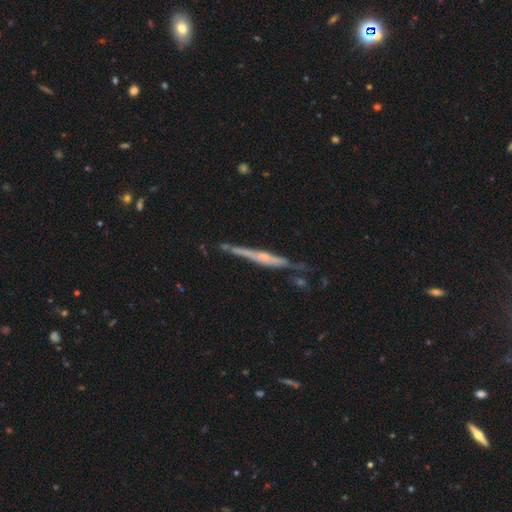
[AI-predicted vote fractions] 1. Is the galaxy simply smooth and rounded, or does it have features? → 74% featured or disk, 19% smooth, 7% star or artifact.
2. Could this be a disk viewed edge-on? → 95% yes, 5% no.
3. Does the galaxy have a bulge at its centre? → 53% rounded, 35% none, 12% boxy.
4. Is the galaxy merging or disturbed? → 72% none, 20% minor disturbance, 5% major disturbance, 4% merger.